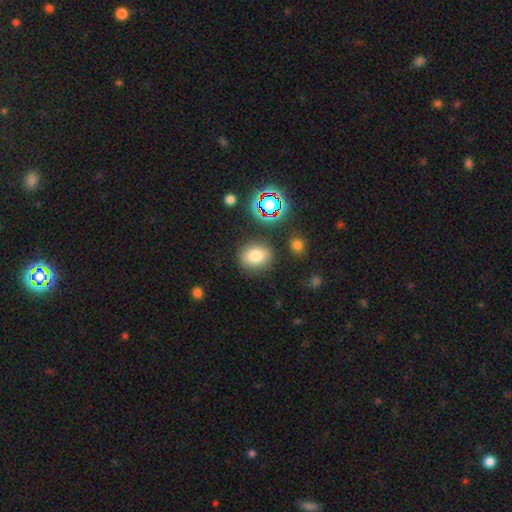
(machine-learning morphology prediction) Q: Smooth or featured?
A: smooth (77%); runner-up: star or artifact (15%)
Q: How rounded?
A: round (56%); runner-up: in between (43%)
Q: Merging?
A: none (83%); runner-up: minor disturbance (11%)